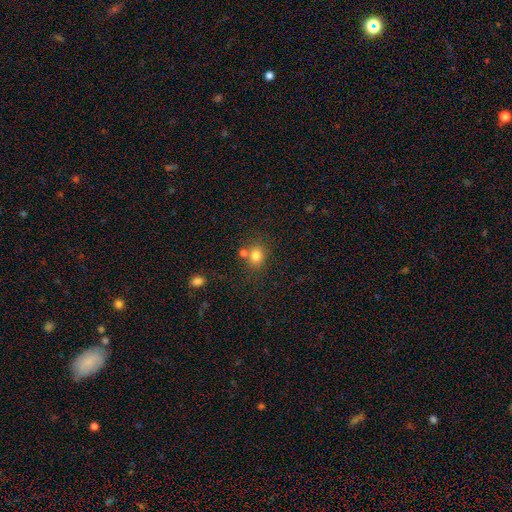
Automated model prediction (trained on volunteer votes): smooth-or-featured: smooth: 80% | star or artifact: 12% | featured or disk: 8%
  how-rounded: round: 68% | in between: 31% | cigar-shaped: 1%
  merging: none: 61% | merger: 24% | minor disturbance: 11% | major disturbance: 4%